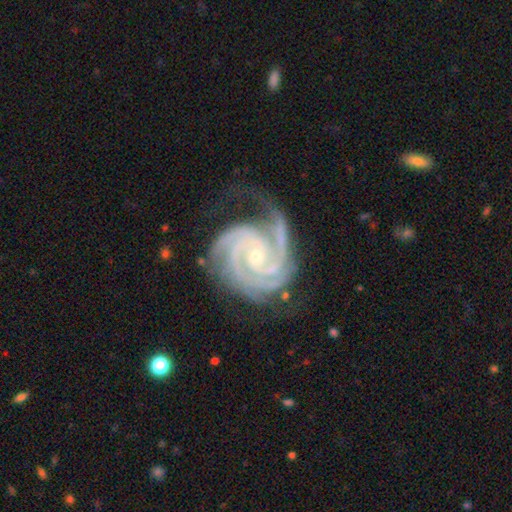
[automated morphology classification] Smooth or featured? Predicted: featured or disk (p=0.93). Edge-on disk? Predicted: no (p=0.98). Bar? Predicted: no (p=0.64). Spiral arms? Predicted: yes (p=0.99). Spiral winding? Predicted: tight (p=0.76). Spiral arm count? Predicted: 3 (p=0.48). Bulge size? Predicted: small (p=0.72). Merging? Predicted: none (p=0.63).